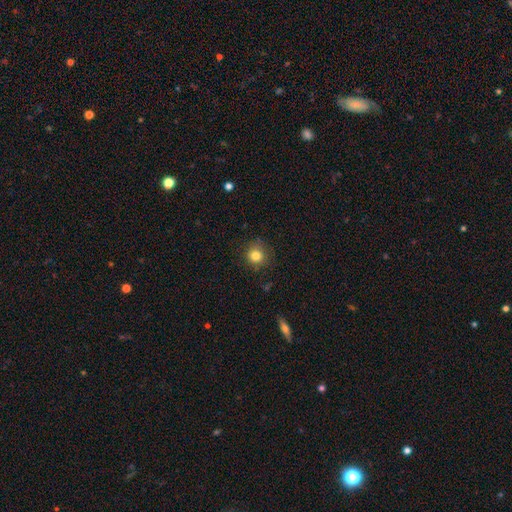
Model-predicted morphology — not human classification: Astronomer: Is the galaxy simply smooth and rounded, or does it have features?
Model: smooth — 83%.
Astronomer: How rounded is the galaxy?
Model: round — 90%.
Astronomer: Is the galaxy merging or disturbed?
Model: none — 82%.